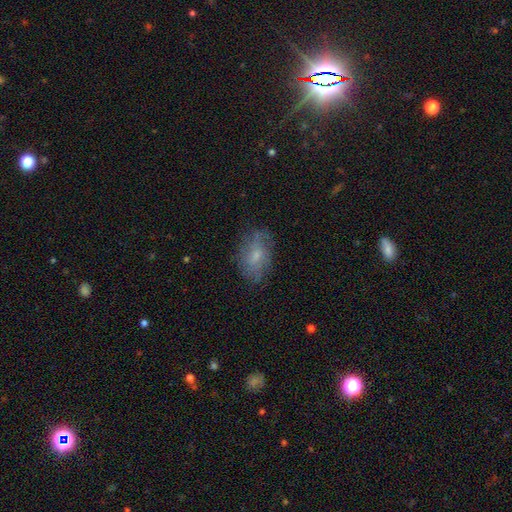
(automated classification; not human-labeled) Smooth or featured: smooth — 50% (featured or disk — 40%)
How rounded: in between — 84% (round — 14%)
Merging: none — 70% (minor disturbance — 21%)